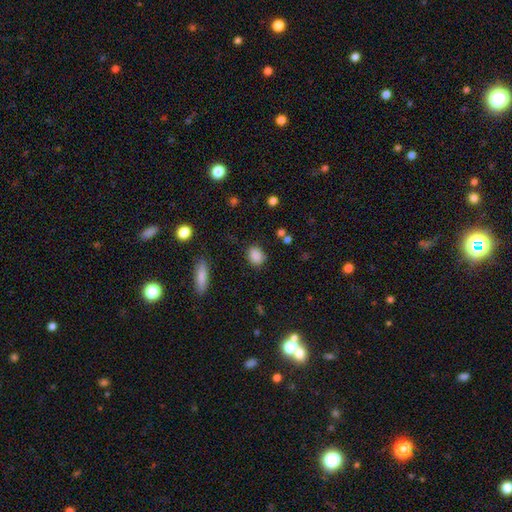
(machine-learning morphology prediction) This is clearly a smooth galaxy (86%). How rounded: likely in between (61%). Merging: likely none (79%).